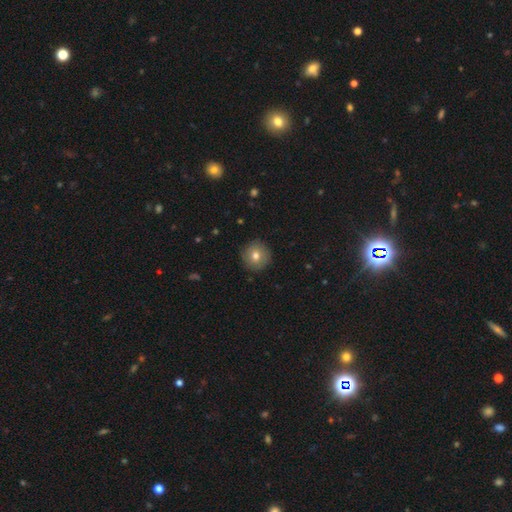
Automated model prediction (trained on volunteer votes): Morphology: type=smooth (73%); roundness=round (95%); merging=none (89%).